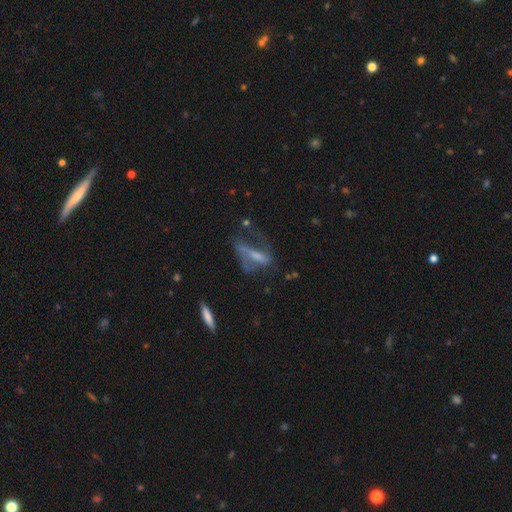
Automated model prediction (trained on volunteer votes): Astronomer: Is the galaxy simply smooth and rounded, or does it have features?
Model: featured or disk — 49% (runner-up: smooth, 39%).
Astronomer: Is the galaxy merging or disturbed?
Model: major disturbance — 46% (runner-up: none, 29%).